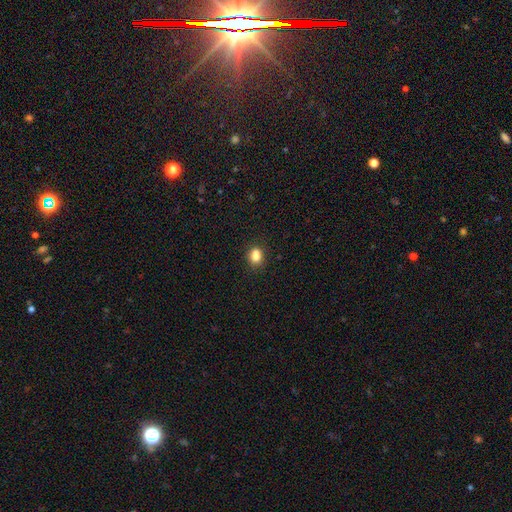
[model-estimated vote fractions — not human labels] This appears to be a smooth galaxy with no disk features (81%) that is round (55%). Merging: none (62%).